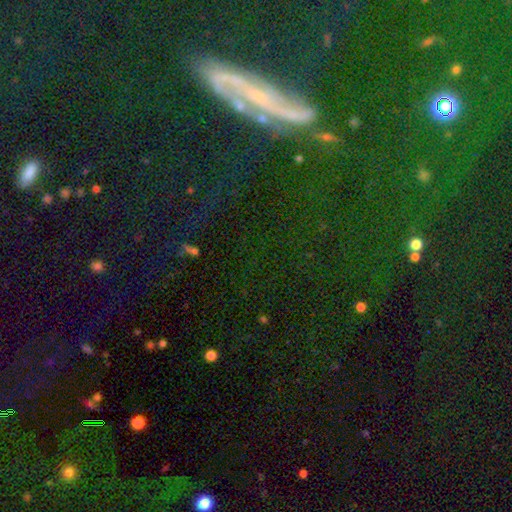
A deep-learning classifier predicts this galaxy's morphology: A star or artifact, not a galaxy (40%).

Vote fractions:
- Smooth or featured? star or artifact: 40% / featured or disk: 36% / smooth: 23%